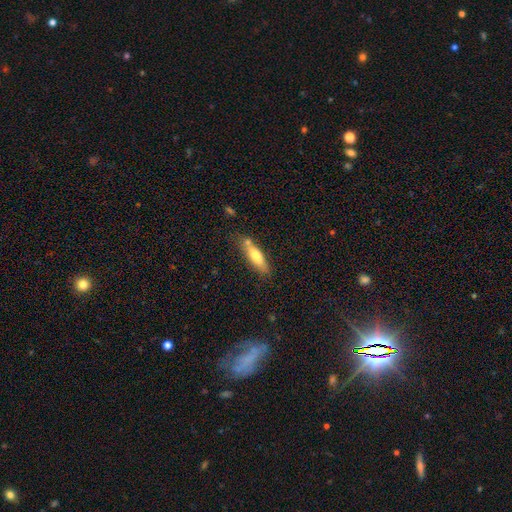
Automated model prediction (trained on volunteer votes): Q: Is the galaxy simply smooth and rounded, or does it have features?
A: smooth — 66%.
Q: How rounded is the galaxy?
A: cigar-shaped — 63%.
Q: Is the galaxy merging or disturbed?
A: none — 67%.